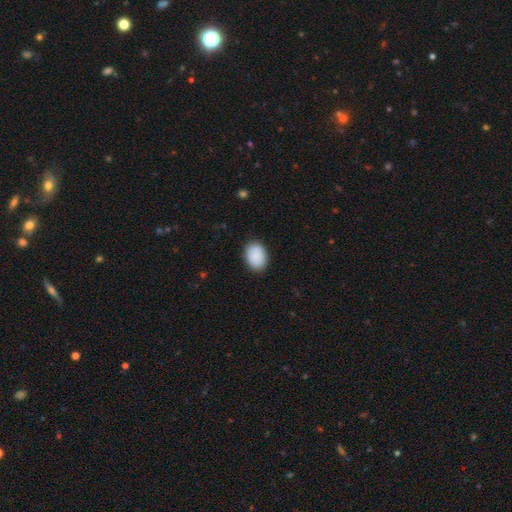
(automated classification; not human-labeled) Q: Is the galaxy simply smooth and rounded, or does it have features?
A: smooth — 90%.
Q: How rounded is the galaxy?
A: in between — 80%.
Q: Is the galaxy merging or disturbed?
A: none — 88%.